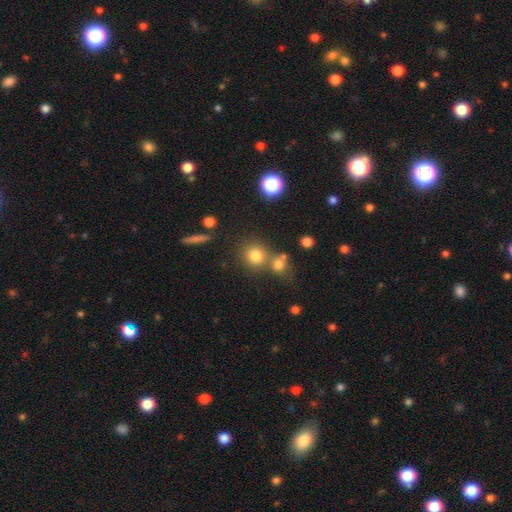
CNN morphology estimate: Q: Smooth or featured?
A: smooth (76%); runner-up: star or artifact (15%)
Q: How rounded?
A: round (89%); runner-up: in between (10%)
Q: Merging?
A: none (63%); runner-up: merger (25%)